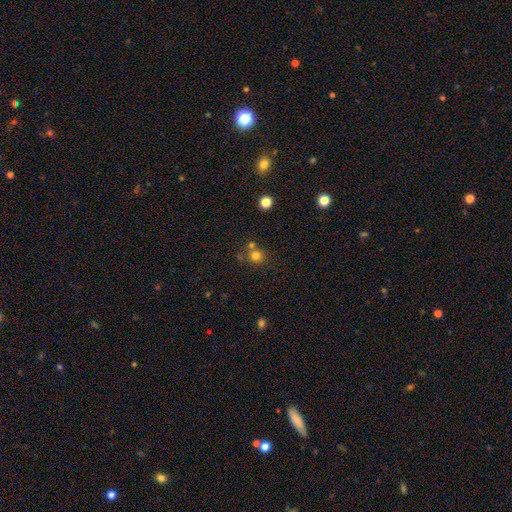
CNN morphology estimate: smooth-or-featured: smooth: 75% | star or artifact: 16% | featured or disk: 8%
  how-rounded: round: 86% | in between: 13% | cigar-shaped: 1%
  merging: none: 64% | merger: 24% | minor disturbance: 9% | major disturbance: 4%